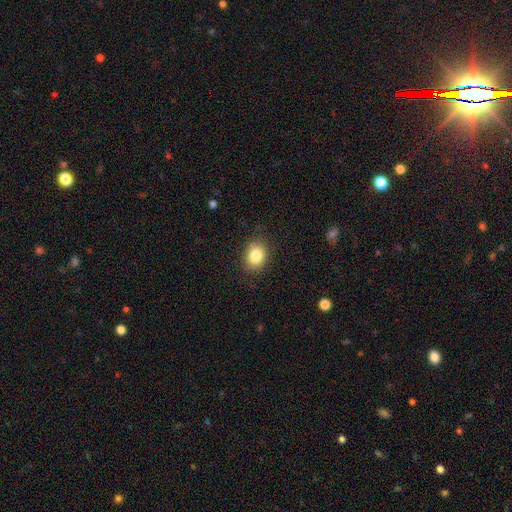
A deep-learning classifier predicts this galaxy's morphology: type=smooth (84%); roundness=in between (54%); merging=none (83%).